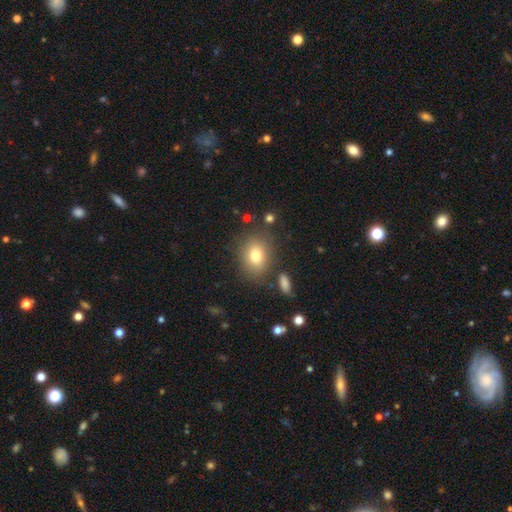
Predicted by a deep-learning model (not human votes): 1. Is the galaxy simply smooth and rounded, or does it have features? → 76% smooth, 13% featured or disk, 11% star or artifact.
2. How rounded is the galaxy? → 60% in between, 39% round, 1% cigar-shaped.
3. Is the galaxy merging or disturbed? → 78% none, 12% minor disturbance, 5% major disturbance, 5% merger.